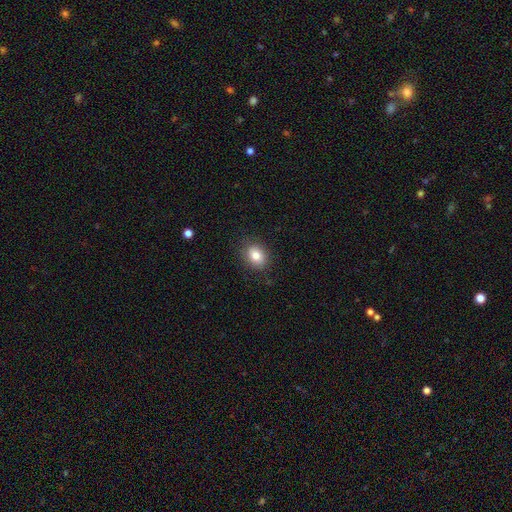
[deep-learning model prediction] The model was most divided on "how rounded": in between: 59%, round: 40%, cigar-shaped: 1%. More confident: merging — none (86%); smooth or featured — smooth (82%).